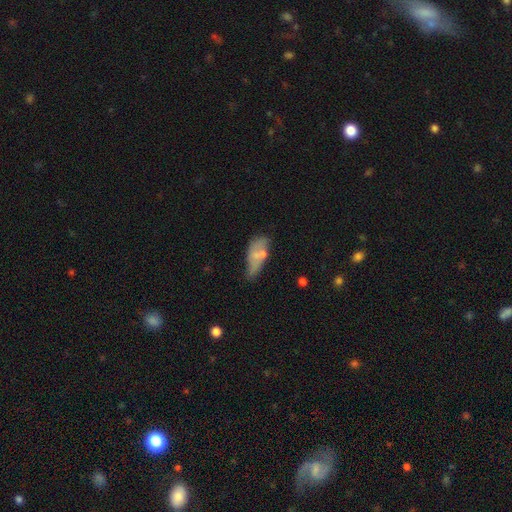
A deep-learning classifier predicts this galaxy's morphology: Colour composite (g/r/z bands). It shows a smooth galaxy with no disk features (58%) that is in between round and cigar-shaped (80%). Merging: none (35%).